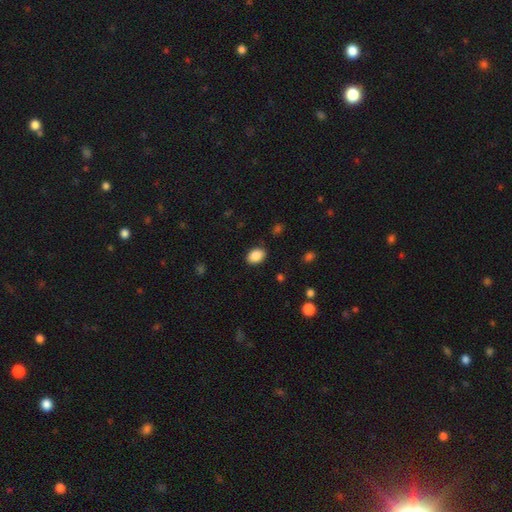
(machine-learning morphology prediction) smooth-or-featured: smooth: 88% | star or artifact: 8% | featured or disk: 4%
  how-rounded: in between: 80% | round: 19% | cigar-shaped: 1%
  merging: none: 86% | minor disturbance: 10% | major disturbance: 3% | merger: 1%